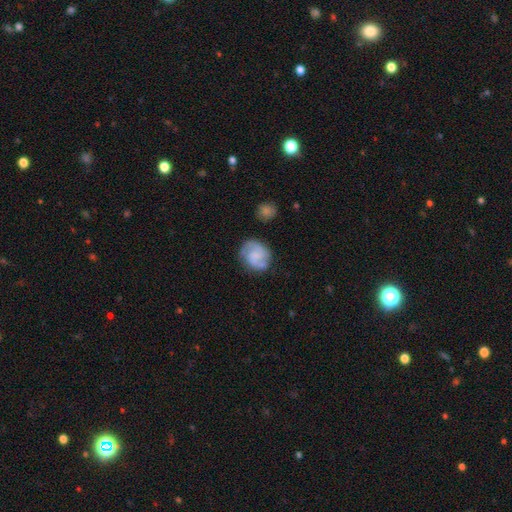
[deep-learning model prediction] Smooth or featured: featured or disk — 66% (smooth — 28%)
Edge-on disk: no — 98% (yes — 2%)
Bar: no — 56% (weak — 38%)
Spiral arms: yes — 93% (no — 7%)
Spiral winding: medium — 49% (tight — 32%)
Spiral arm count: 2 — 77% (can't tell — 10%)
Bulge size: none — 39% (small — 35%)
Merging: none — 70% (minor disturbance — 19%)